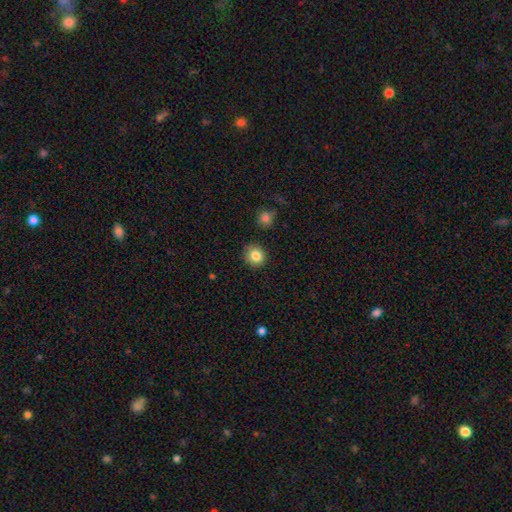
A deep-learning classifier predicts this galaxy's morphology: smooth_or_featured: smooth (p=0.84) [alt: star or artifact p=0.10]
how_rounded: round (p=0.85) [alt: in between p=0.14]
merging: none (p=0.88) [alt: minor disturbance p=0.08]